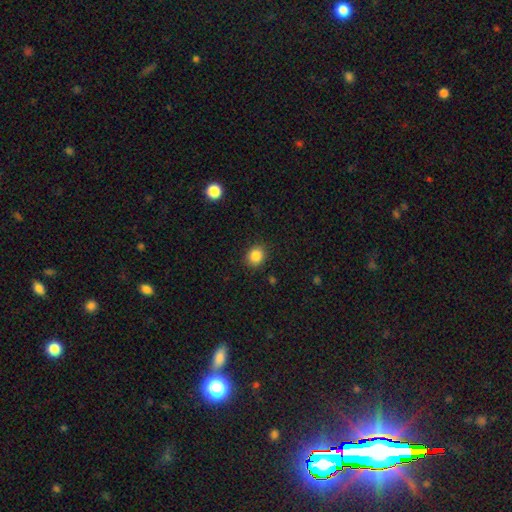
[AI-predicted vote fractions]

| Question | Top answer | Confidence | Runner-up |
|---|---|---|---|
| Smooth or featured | smooth | 86% | star or artifact (10%) |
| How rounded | round | 72% | in between (27%) |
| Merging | none | 88% | minor disturbance (8%) |